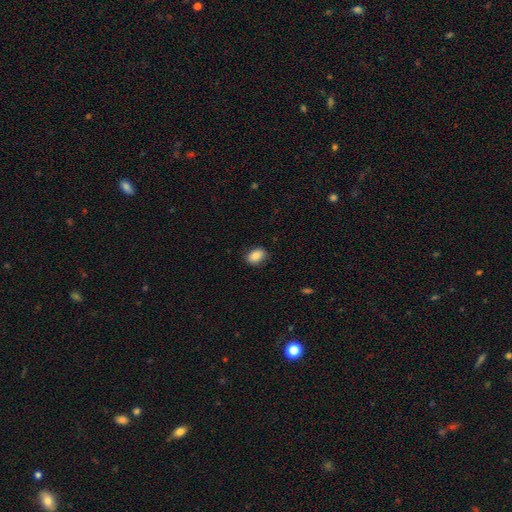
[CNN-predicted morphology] smooth-or-featured: smooth: 86% | star or artifact: 8% | featured or disk: 6%
  how-rounded: in between: 80% | round: 19% | cigar-shaped: 1%
  merging: none: 87% | minor disturbance: 10% | major disturbance: 2% | merger: 1%